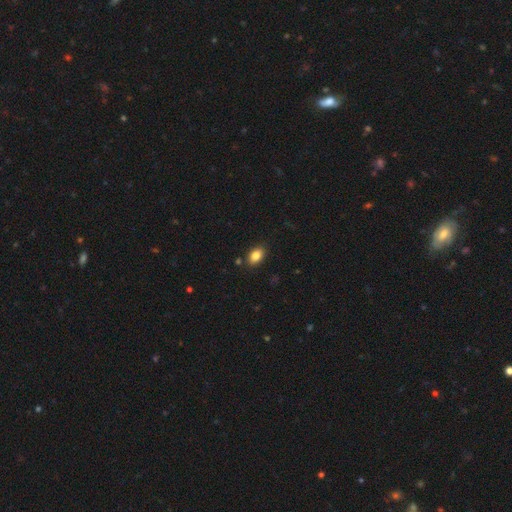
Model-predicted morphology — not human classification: Overall: smooth (85%). How rounded: in between (87%). Merging: none (86%).